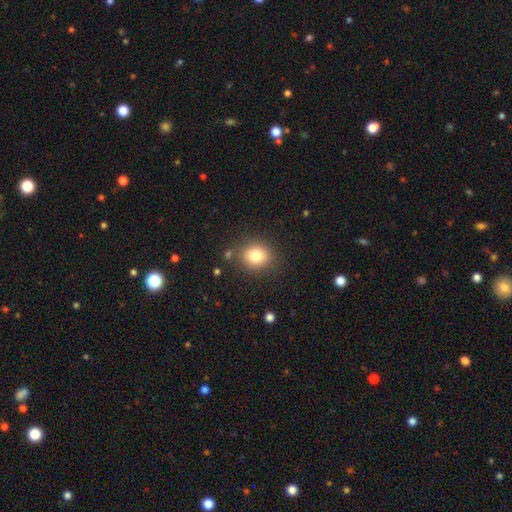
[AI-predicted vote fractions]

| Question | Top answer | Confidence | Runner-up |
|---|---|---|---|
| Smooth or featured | smooth | 80% | star or artifact (11%) |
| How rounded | round | 77% | in between (22%) |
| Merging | none | 83% | minor disturbance (10%) |